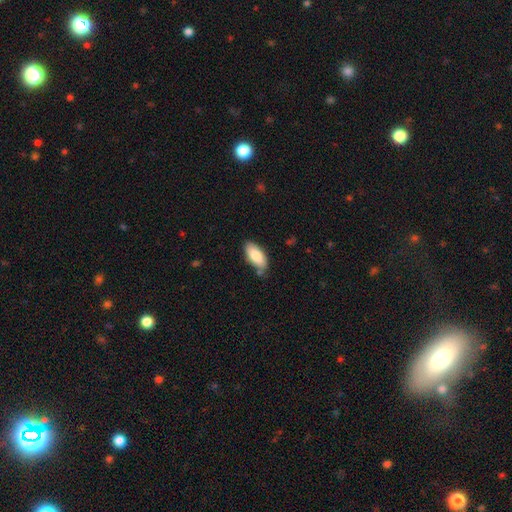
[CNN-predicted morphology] Q: Smooth or featured?
A: smooth (83%); runner-up: featured or disk (10%)
Q: How rounded?
A: in between (88%); runner-up: cigar-shaped (10%)
Q: Merging?
A: none (76%); runner-up: minor disturbance (17%)